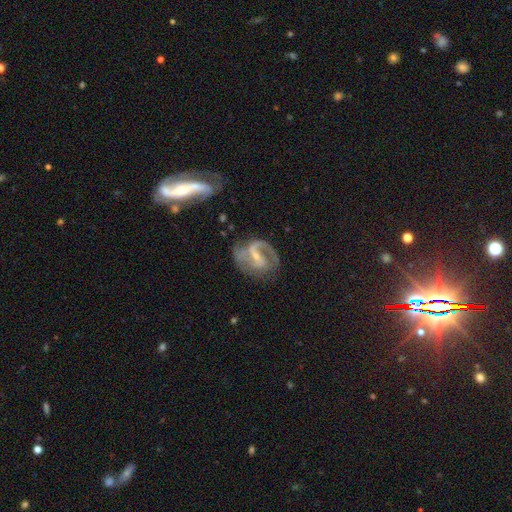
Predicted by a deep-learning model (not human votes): featured or disk 84%, smooth 9%, star or artifact 7%. Down the decision tree: edge-on disk — no (95%); bar — strong (51%); spiral arms — yes (91%); spiral arm count — 2 (76%); spiral winding — medium (49%); bulge size — small (62%); merging — none (61%).